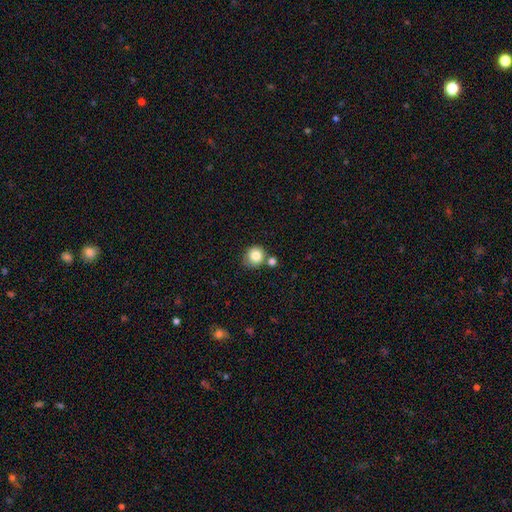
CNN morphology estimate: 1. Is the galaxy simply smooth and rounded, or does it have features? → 83% smooth, 9% star or artifact, 8% featured or disk.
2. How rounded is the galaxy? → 88% round, 11% in between, 1% cigar-shaped.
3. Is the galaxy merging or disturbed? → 63% none, 19% merger, 14% minor disturbance, 4% major disturbance.